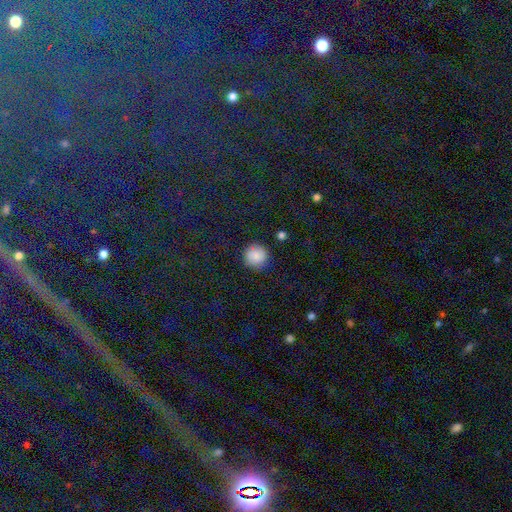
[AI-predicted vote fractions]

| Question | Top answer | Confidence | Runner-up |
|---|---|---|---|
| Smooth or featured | smooth | 84% | star or artifact (10%) |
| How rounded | round | 95% | in between (4%) |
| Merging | none | 88% | minor disturbance (8%) |